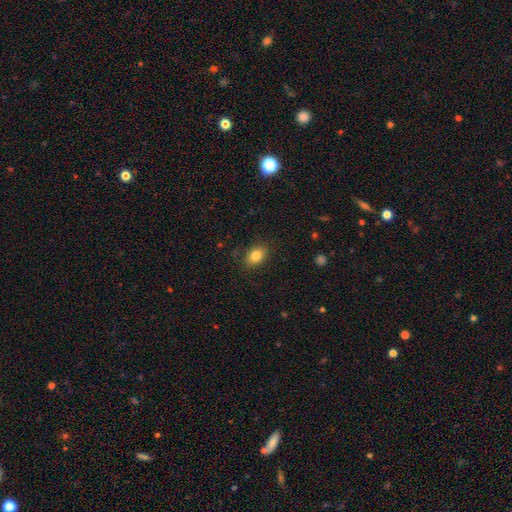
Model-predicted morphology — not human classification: Q: Smooth or featured?
A: smooth (83%); runner-up: star or artifact (10%)
Q: How rounded?
A: in between (73%); runner-up: round (26%)
Q: Merging?
A: none (85%); runner-up: minor disturbance (11%)